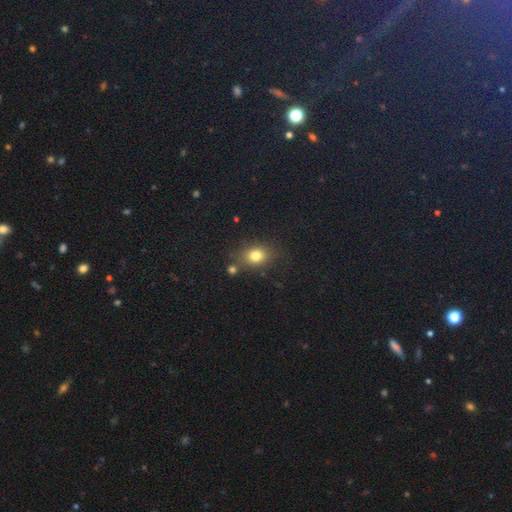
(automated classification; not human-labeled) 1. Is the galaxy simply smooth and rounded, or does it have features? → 79% smooth, 13% star or artifact, 8% featured or disk.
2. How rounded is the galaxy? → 51% in between, 48% round, 1% cigar-shaped.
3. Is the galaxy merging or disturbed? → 74% none, 14% minor disturbance, 7% merger, 5% major disturbance.